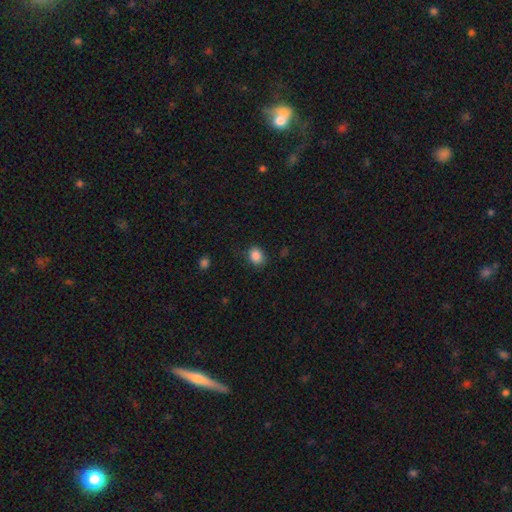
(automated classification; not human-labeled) Overall: smooth (86%). How rounded: in between (52%; round 47%). Merging: none (78%).